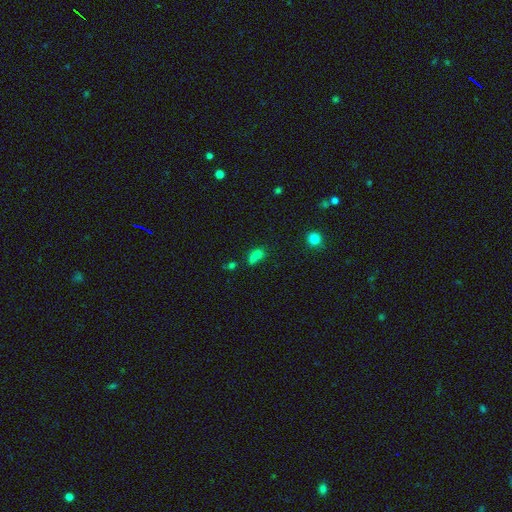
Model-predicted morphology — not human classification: smooth-or-featured: smooth: 68% | star or artifact: 18% | featured or disk: 15%
  how-rounded: in between: 56% | round: 39% | cigar-shaped: 5%
  merging: merger: 57% | none: 28% | minor disturbance: 9% | major disturbance: 6%